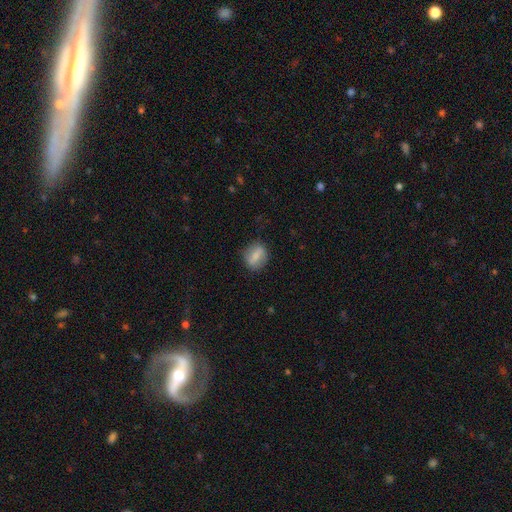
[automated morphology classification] This appears to be a smooth galaxy with no disk features (64%) that is round (51%). Merging: none (81%).